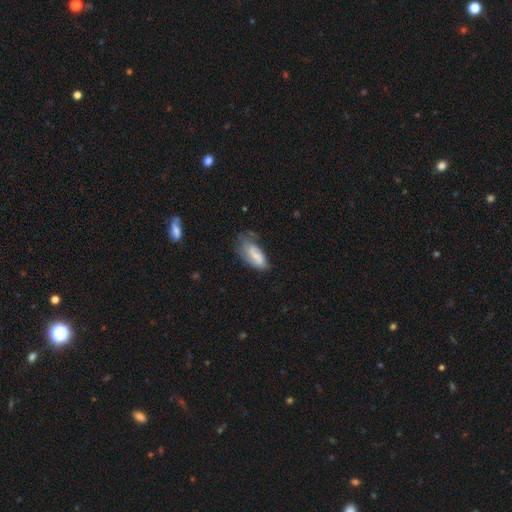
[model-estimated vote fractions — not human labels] Morphology: type=smooth (60%); roundness=in between (86%); merging=none (39%).